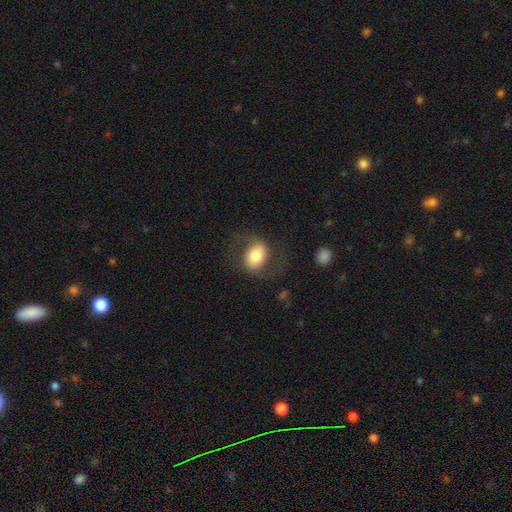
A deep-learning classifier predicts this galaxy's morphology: Overall: smooth (62%; featured or disk 31%). How rounded: in between (68%; round 31%). Merging: none (68%).